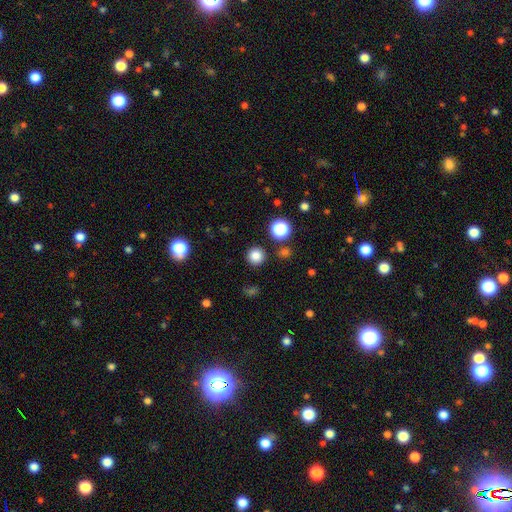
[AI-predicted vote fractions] smooth_or_featured: smooth (p=0.82) [alt: star or artifact p=0.13]
how_rounded: round (p=0.95) [alt: in between p=0.04]
merging: none (p=0.90) [alt: minor disturbance p=0.06]